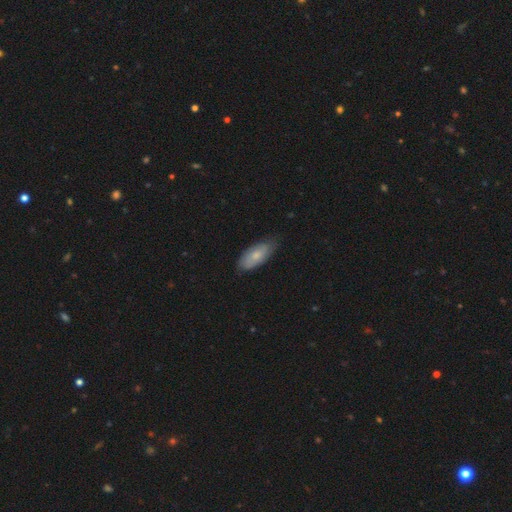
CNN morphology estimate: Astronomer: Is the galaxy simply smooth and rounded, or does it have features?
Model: smooth — 70%.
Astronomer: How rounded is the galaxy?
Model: in between — 85%.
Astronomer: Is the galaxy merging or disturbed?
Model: none — 74%.